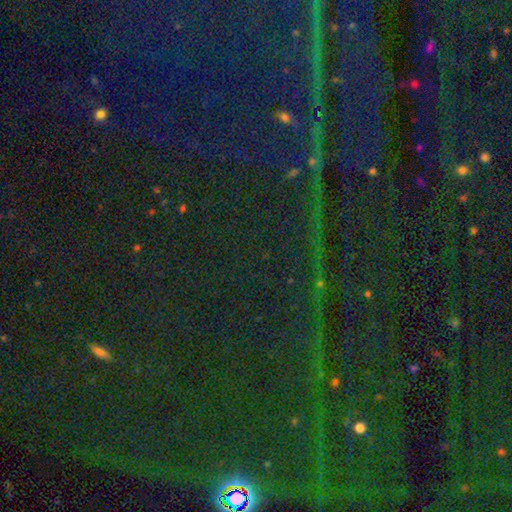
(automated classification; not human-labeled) smooth-or-featured: star or artifact: 83% | smooth: 9% | featured or disk: 7%